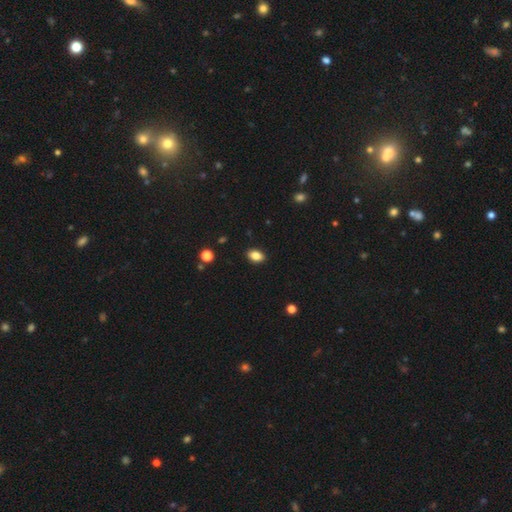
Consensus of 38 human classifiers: Smooth or featured? 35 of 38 (92%) said smooth. How rounded? 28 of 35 (80%) said in between. Merging? 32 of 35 (91%) said none.